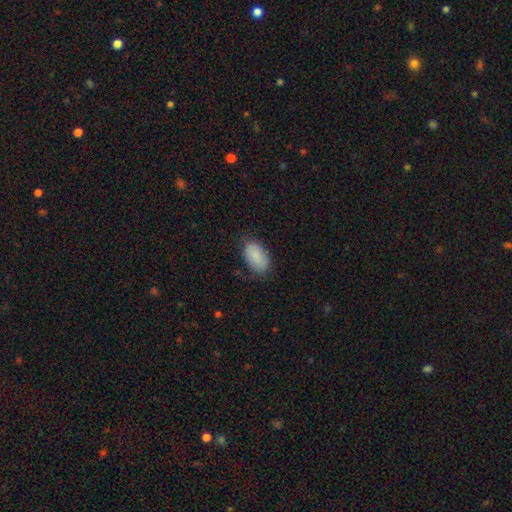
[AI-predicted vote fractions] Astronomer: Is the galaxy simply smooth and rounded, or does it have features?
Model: smooth — 88%.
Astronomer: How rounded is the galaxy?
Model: in between — 94%.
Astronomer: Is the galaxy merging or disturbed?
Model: none — 78%.